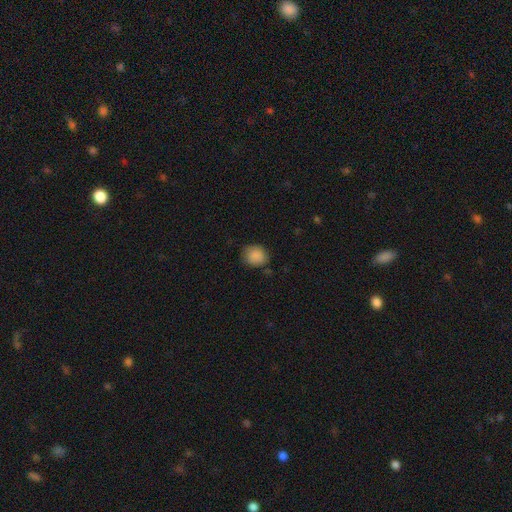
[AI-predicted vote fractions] This is clearly a smooth galaxy (88%). How rounded: likely round (70%). Merging: likely none (77%).